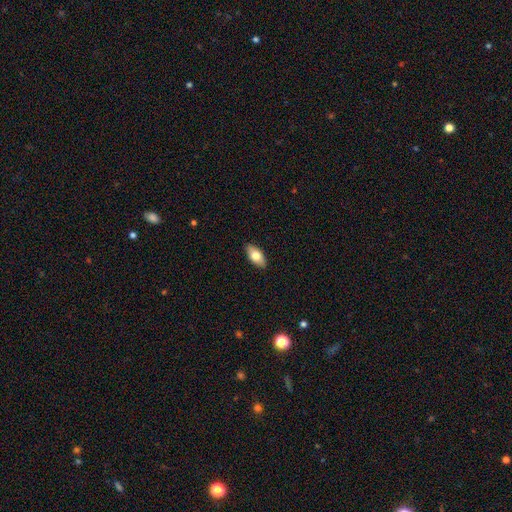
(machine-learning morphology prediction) Smooth or featured?
  - smooth: 74% *
  - featured or disk: 20%
  - star or artifact: 6%
How rounded?
  - in between: 90% *
  - cigar-shaped: 7%
  - round: 3%
Merging?
  - none: 89% *
  - minor disturbance: 8%
  - major disturbance: 2%
  - merger: 1%